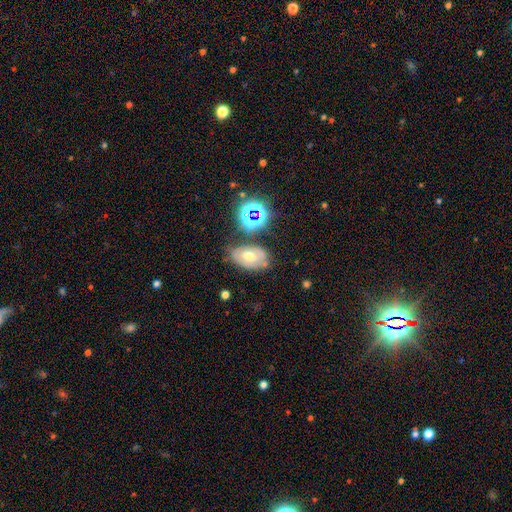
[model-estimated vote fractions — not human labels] A smooth galaxy with no disk features (43%). Merging: none (63%).